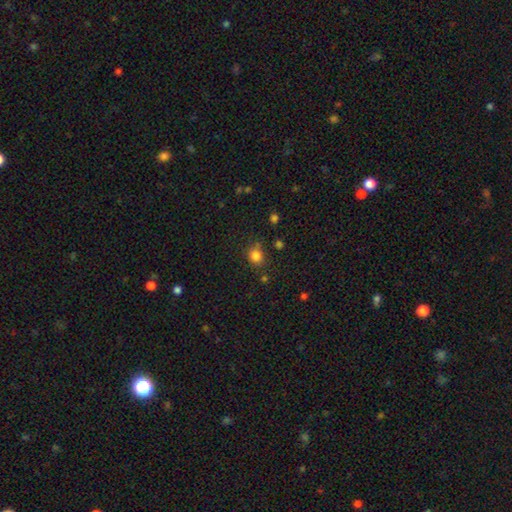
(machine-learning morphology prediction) Overall: smooth (82%). How rounded: round (73%). Merging: none (74%).